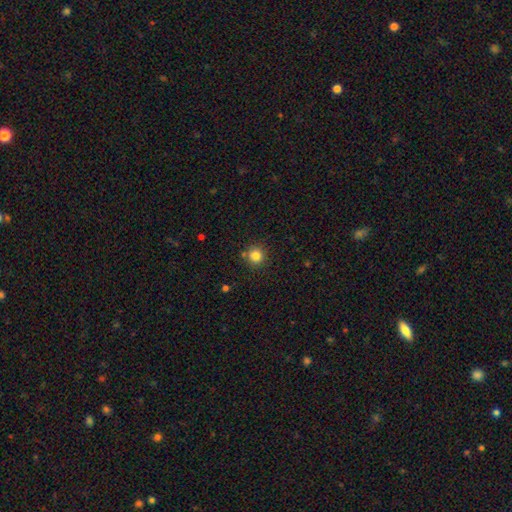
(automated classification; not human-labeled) smooth 83%, star or artifact 12%, featured or disk 5%. Down the decision tree: how rounded — round (93%); merging — none (83%).